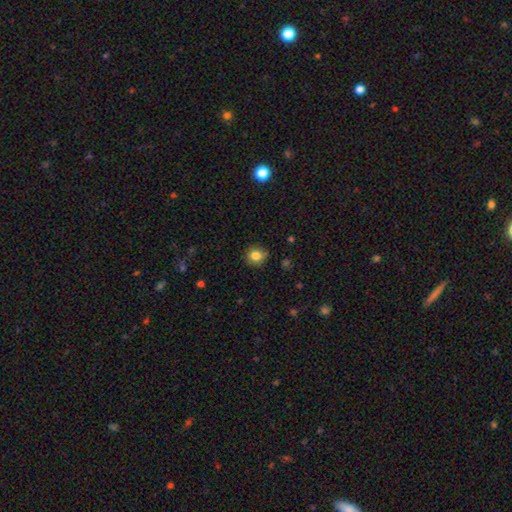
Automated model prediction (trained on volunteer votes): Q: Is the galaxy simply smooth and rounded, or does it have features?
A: smooth — 82%.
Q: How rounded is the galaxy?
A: round — 81%.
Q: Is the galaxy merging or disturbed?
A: none — 84%.